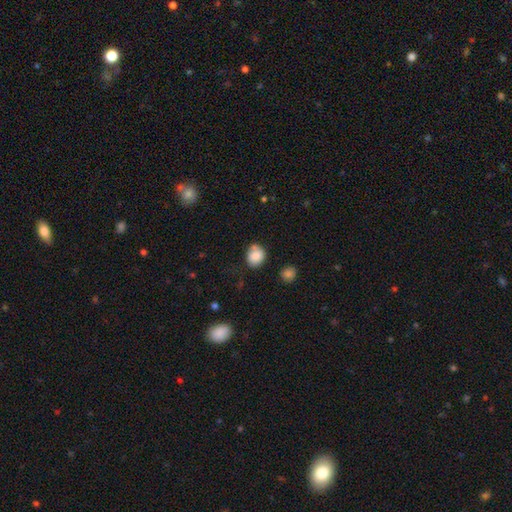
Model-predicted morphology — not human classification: A smooth galaxy with no disk features (83%) that is round (66%). Merging: none (61%).